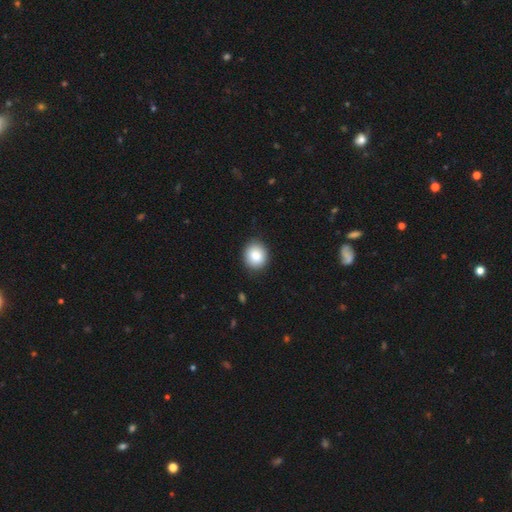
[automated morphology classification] Smooth or featured? smooth (86%)
How rounded? round (79%)
Merging? none (89%)